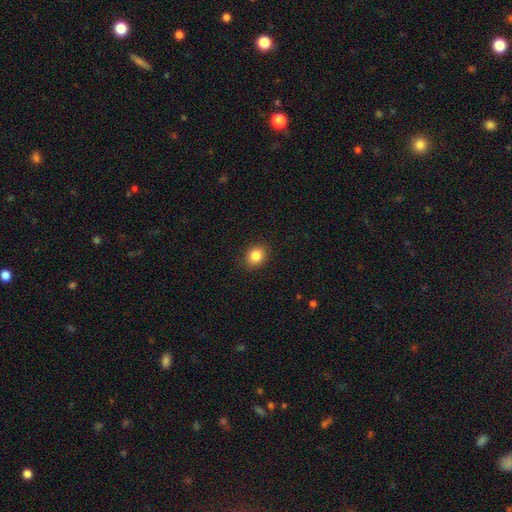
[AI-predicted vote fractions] A smooth galaxy with no disk features (85%) that is round (60%). Merging: none (89%).